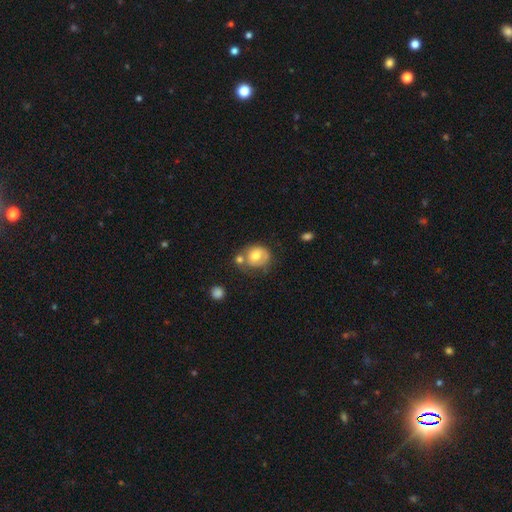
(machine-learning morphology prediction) Smooth or featured: smooth — 60% (featured or disk — 32%)
How rounded: round — 69% (in between — 30%)
Merging: none — 41% (merger — 28%)